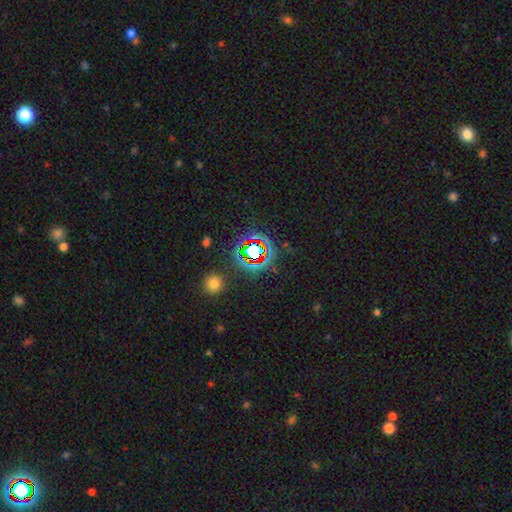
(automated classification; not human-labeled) Q: Smooth or featured?
A: star or artifact (73%); runner-up: smooth (17%)